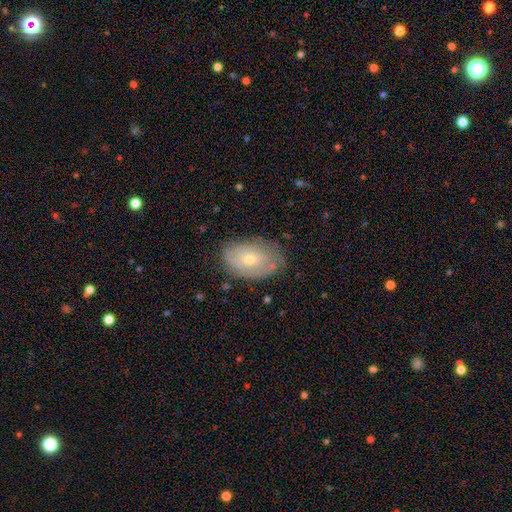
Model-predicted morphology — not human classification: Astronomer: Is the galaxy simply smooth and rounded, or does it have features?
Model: featured or disk — 60%.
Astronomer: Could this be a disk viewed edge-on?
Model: no — 94%.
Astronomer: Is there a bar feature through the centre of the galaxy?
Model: no — 77%.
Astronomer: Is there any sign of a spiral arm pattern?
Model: yes — 72%.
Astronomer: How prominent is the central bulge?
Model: small — 58% (runner-up: moderate, 39%).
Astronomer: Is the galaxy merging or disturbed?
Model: none — 73%.